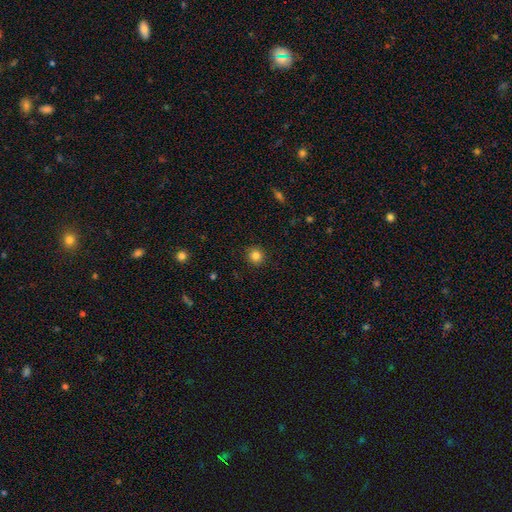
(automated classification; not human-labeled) smooth-or-featured: smooth: 84% | star or artifact: 11% | featured or disk: 5%
  how-rounded: round: 93% | in between: 7% | cigar-shaped: 1%
  merging: none: 91% | minor disturbance: 6% | major disturbance: 2% | merger: 1%